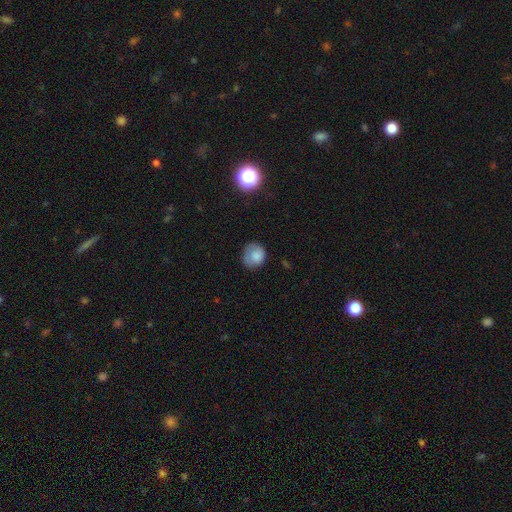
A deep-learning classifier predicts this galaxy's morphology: Q: Smooth or featured?
A: smooth (82%); runner-up: star or artifact (9%)
Q: How rounded?
A: round (78%); runner-up: in between (21%)
Q: Merging?
A: none (64%); runner-up: minor disturbance (26%)